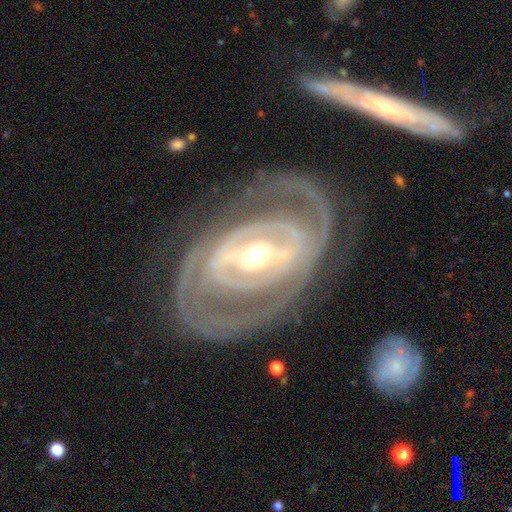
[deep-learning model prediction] smooth_or_featured: featured or disk (p=0.89) [alt: smooth p=0.07]
disk_edge_on: no (p=0.94) [alt: yes p=0.06]
bar: strong (p=0.49) [alt: weak p=0.30]
has_spiral_arms: yes (p=0.84) [alt: no p=0.16]
spiral_winding: tight (p=0.58) [alt: medium p=0.30]
spiral_arm_count: 2 (p=0.59) [alt: can't tell p=0.19]
bulge_size: moderate (p=0.62) [alt: small p=0.30]
merging: none (p=0.72) [alt: minor disturbance p=0.15]